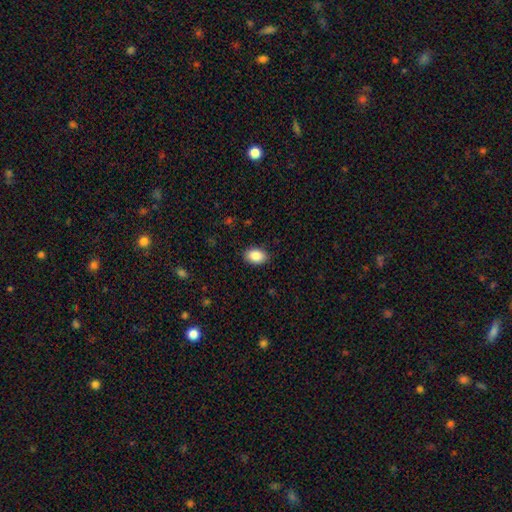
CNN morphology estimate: A smooth galaxy with no disk features (88%) that is in between round and cigar-shaped (86%).

Vote fractions:
- Smooth or featured? smooth: 88% / star or artifact: 7% / featured or disk: 5%
- How rounded? in between: 86% / round: 13% / cigar-shaped: 1%
- Merging? none: 88% / minor disturbance: 9% / major disturbance: 2% / merger: 1%